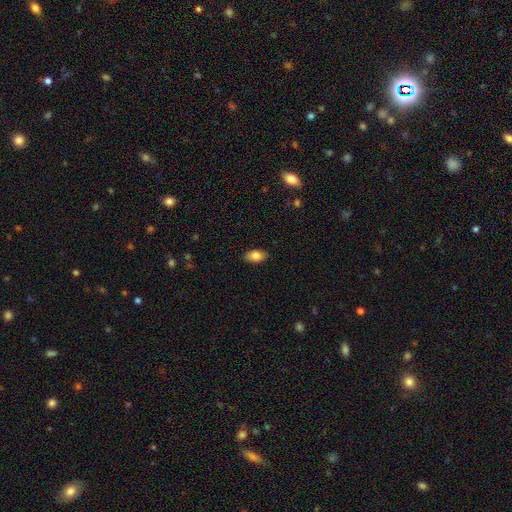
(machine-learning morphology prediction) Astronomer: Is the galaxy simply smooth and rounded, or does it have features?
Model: smooth — 85%.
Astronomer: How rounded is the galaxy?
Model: in between — 91%.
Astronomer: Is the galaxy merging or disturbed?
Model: none — 87%.